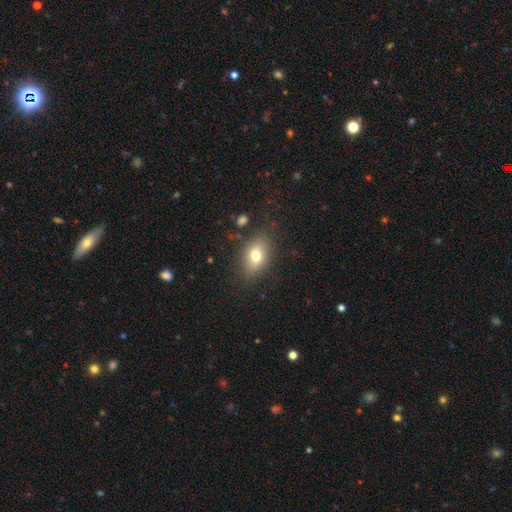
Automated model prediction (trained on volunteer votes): smooth-or-featured: smooth: 72% | featured or disk: 18% | star or artifact: 10%
  how-rounded: in between: 79% | round: 18% | cigar-shaped: 3%
  merging: none: 79% | minor disturbance: 14% | major disturbance: 5% | merger: 2%